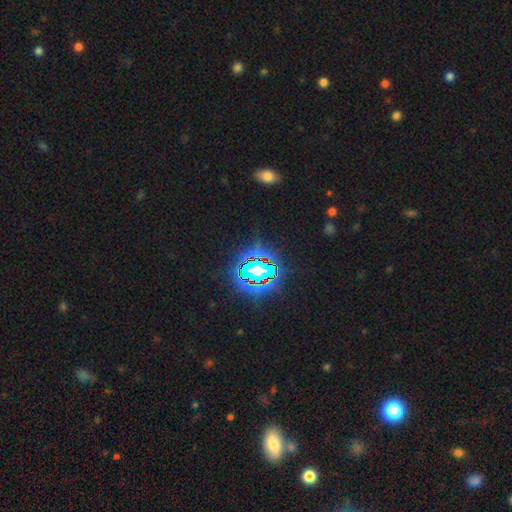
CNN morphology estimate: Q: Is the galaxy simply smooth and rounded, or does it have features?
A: star or artifact — 82%.